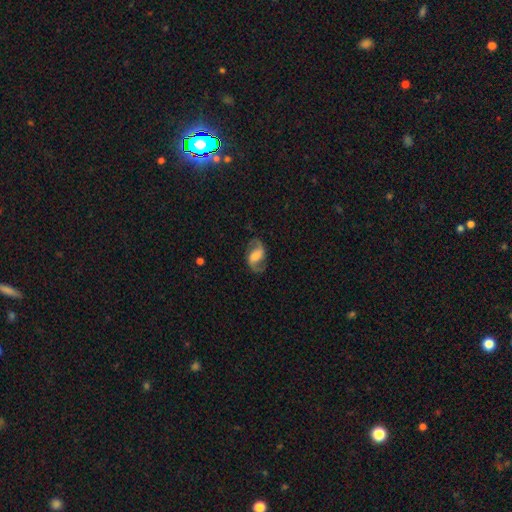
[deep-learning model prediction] Smooth or featured: featured or disk — 82% (smooth — 12%)
Edge-on disk: no — 97% (yes — 3%)
Bar: weak — 45% (no — 29%)
Spiral arms: yes — 95% (no — 5%)
Spiral winding: loose — 45% (tied with medium — 45%)
Spiral arm count: 2 — 93% (can't tell — 2%)
Bulge size: moderate — 33% (large — 26%)
Merging: none — 78% (minor disturbance — 14%)